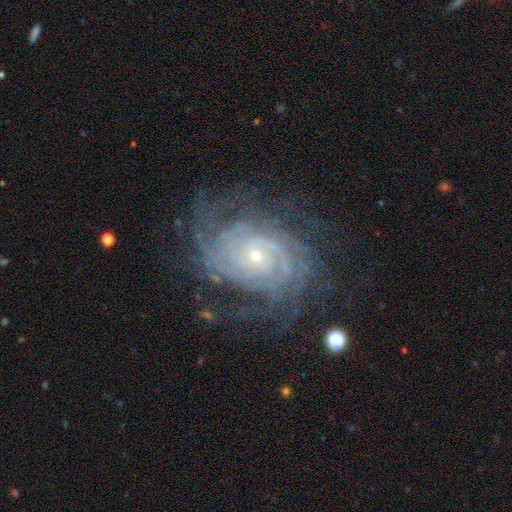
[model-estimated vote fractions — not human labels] Q: Smooth or featured?
A: featured or disk (89%); runner-up: star or artifact (6%)
Q: Edge-on disk?
A: no (97%); runner-up: yes (3%)
Q: Bar?
A: no (75%); runner-up: weak (19%)
Q: Spiral arms?
A: yes (98%); runner-up: no (2%)
Q: Spiral winding?
A: tight (77%); runner-up: medium (19%)
Q: Spiral arm count?
A: can't tell (24%); runner-up: 4 (21%)
Q: Bulge size?
A: small (78%); runner-up: moderate (19%)
Q: Merging?
A: none (72%); runner-up: minor disturbance (17%)